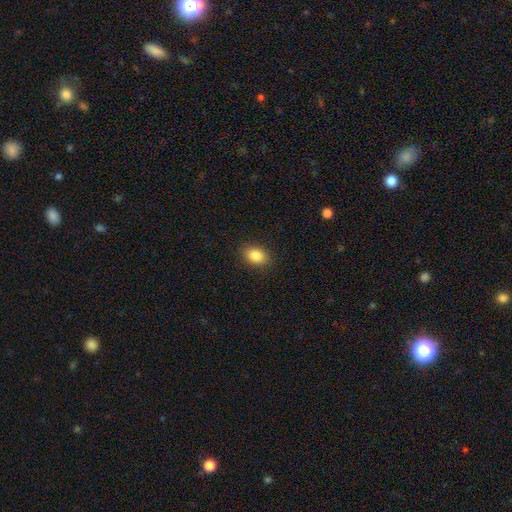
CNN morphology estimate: smooth_or_featured: smooth (p=0.87) [alt: star or artifact p=0.09]
how_rounded: in between (p=0.78) [alt: round p=0.21]
merging: none (p=0.88) [alt: minor disturbance p=0.08]